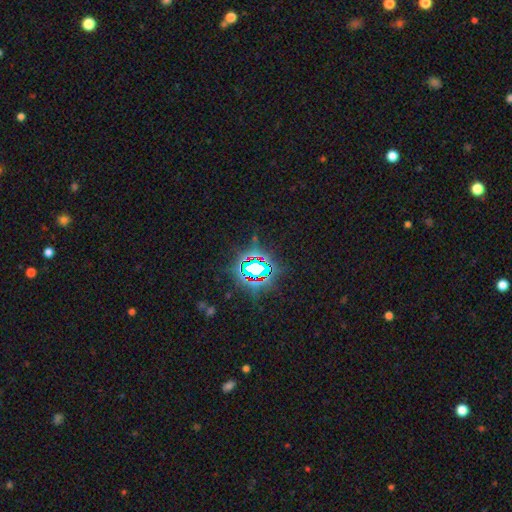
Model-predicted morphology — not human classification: star or artifact 78%, smooth 13%, featured or disk 9%.